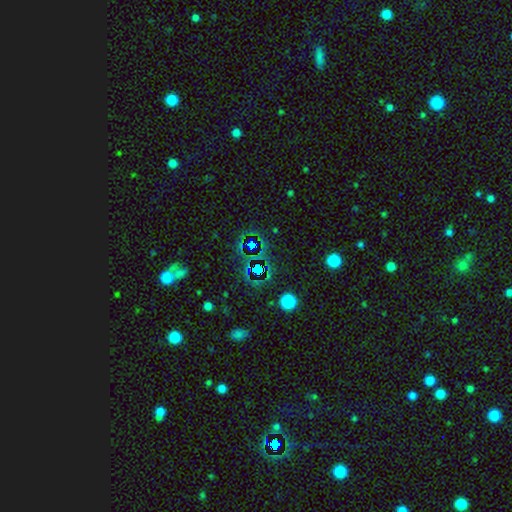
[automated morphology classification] A star or artifact, not a galaxy (59%).

Vote fractions:
- Smooth or featured? star or artifact: 59% / featured or disk: 22% / smooth: 19%